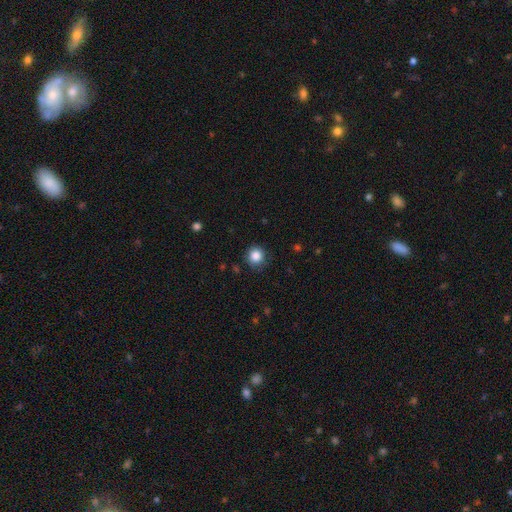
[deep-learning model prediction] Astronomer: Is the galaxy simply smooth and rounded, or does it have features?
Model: smooth — 85%.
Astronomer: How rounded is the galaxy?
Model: round — 93%.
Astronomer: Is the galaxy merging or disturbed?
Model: none — 86%.